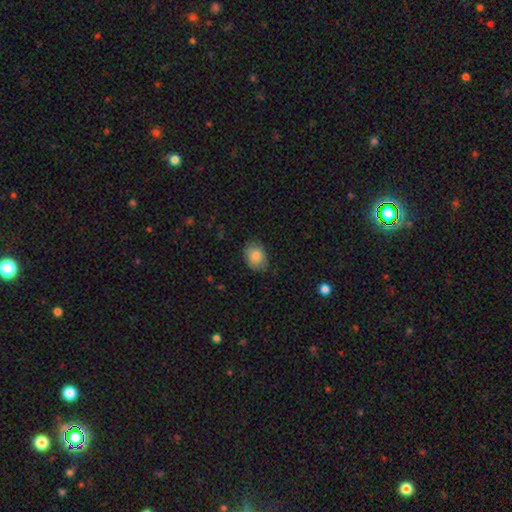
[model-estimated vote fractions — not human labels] smooth 83%, featured or disk 9%, star or artifact 8%. Down the decision tree: how rounded — in between (57%); merging — none (75%).